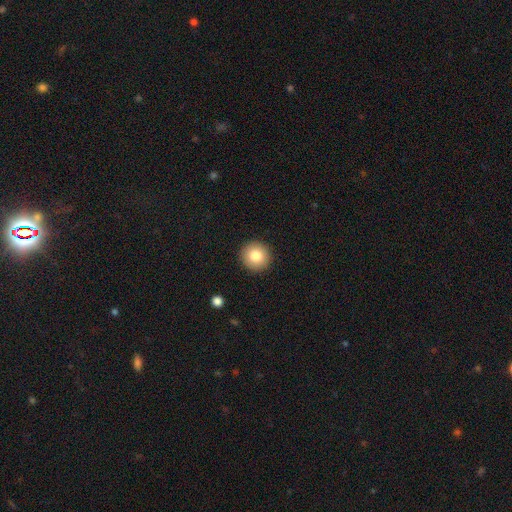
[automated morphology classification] Smooth or featured? smooth (82%)
How rounded? round (95%)
Merging? none (92%)